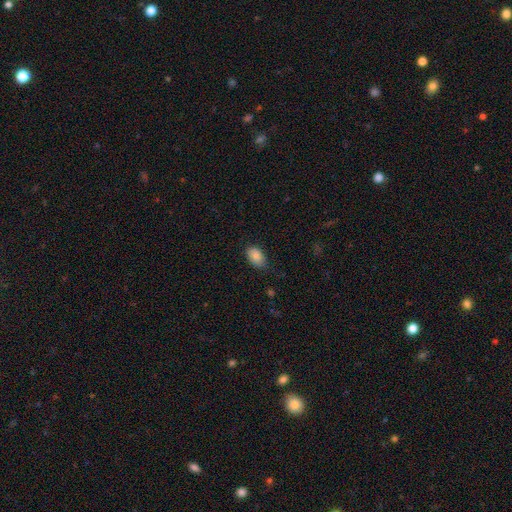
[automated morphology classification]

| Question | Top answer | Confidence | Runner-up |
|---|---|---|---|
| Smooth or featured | smooth | 86% | star or artifact (8%) |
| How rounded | in between | 91% | round (8%) |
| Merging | none | 75% | minor disturbance (20%) |